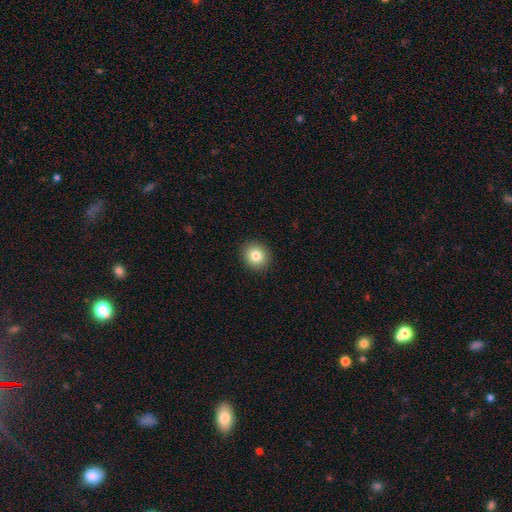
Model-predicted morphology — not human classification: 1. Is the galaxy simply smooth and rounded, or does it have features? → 82% smooth, 10% star or artifact, 8% featured or disk.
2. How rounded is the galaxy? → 86% round, 13% in between, 1% cigar-shaped.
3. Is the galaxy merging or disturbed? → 92% none, 5% minor disturbance, 2% major disturbance, 1% merger.